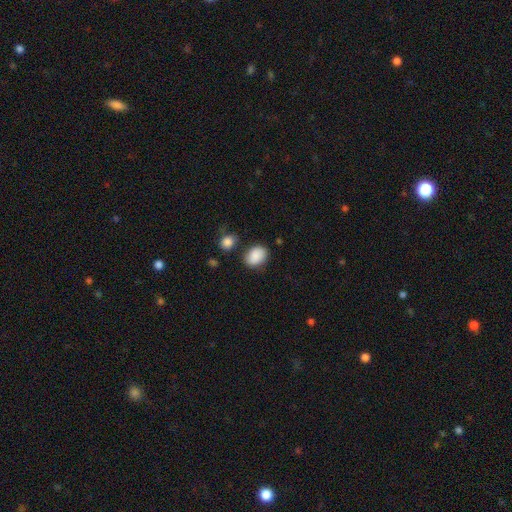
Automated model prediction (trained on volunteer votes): smooth_or_featured: smooth (p=0.88) [alt: star or artifact p=0.07]
how_rounded: in between (p=0.71) [alt: round p=0.28]
merging: none (p=0.74) [alt: minor disturbance p=0.16]